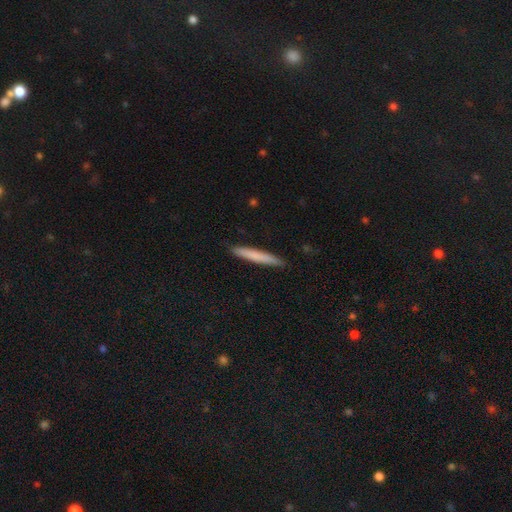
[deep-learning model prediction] Smooth or featured? smooth (74%)
How rounded? cigar-shaped (96%)
Merging? none (90%)